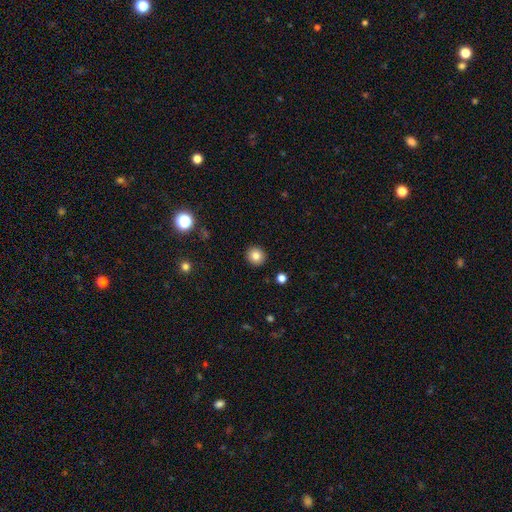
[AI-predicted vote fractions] Morphology: type=smooth (82%); roundness=round (91%); merging=none (92%).